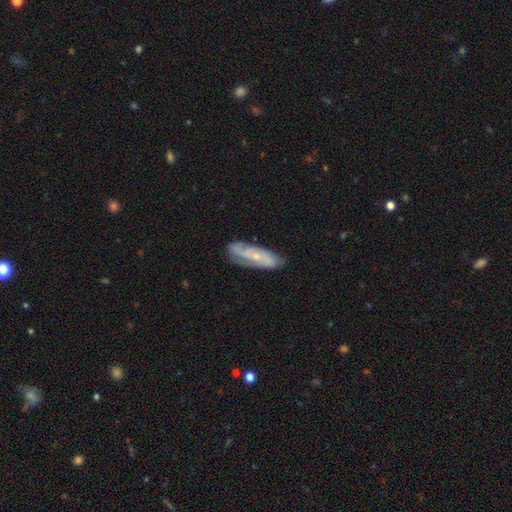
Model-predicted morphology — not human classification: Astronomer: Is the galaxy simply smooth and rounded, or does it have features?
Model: featured or disk — 67%.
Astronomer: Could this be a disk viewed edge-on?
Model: no — 83%.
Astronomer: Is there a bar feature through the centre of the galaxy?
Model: no — 61%.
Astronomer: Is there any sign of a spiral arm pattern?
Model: yes — 89%.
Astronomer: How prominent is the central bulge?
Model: small — 74%.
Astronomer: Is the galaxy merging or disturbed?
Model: none — 75%.